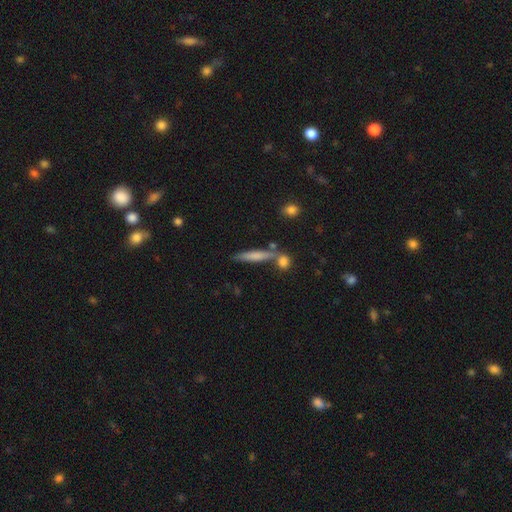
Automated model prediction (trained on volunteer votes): smooth_or_featured: smooth (p=0.65) [alt: featured or disk p=0.28]
how_rounded: cigar-shaped (p=0.88) [alt: in between p=0.09]
merging: none (p=0.68) [alt: merger p=0.16]